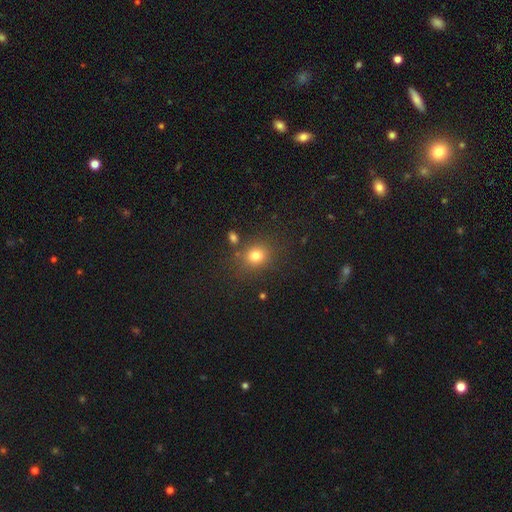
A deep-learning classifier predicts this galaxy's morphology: Smooth or featured: smooth — 78% (star or artifact — 15%)
How rounded: round — 70% (in between — 29%)
Merging: none — 76% (minor disturbance — 12%)